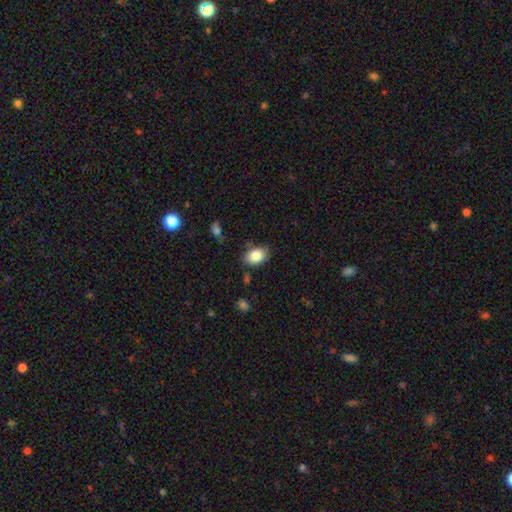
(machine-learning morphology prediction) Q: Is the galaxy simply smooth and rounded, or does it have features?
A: smooth — 84%.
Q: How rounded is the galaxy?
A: in between — 83%.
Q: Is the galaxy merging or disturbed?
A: none — 81%.